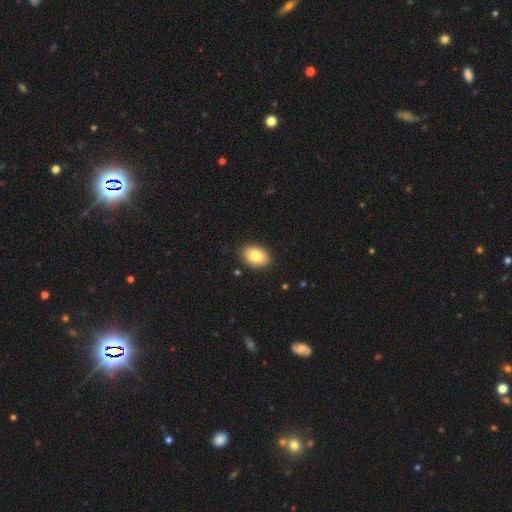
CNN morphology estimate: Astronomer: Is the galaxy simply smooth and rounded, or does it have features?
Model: smooth — 85%.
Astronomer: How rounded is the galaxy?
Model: in between — 82%.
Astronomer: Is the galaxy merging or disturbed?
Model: none — 87%.